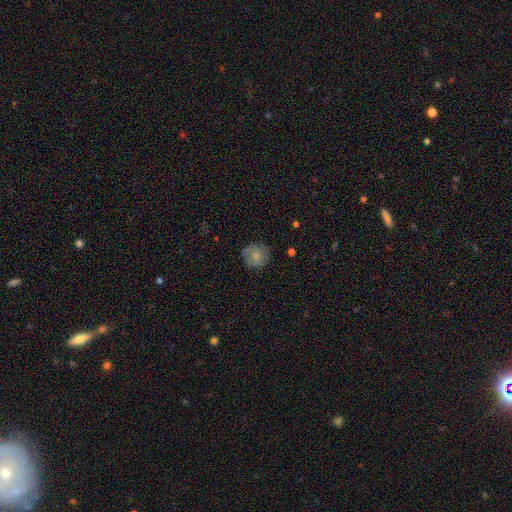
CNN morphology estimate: smooth-or-featured: smooth: 69% | featured or disk: 23% | star or artifact: 8%
  how-rounded: round: 91% | in between: 8% | cigar-shaped: 1%
  merging: none: 77% | minor disturbance: 17% | major disturbance: 5% | merger: 1%